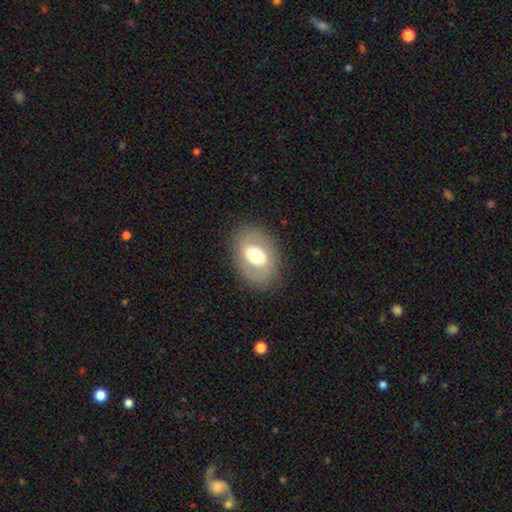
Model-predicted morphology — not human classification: smooth 52%, featured or disk 40%, star or artifact 8%. Down the decision tree: how rounded — in between (75%); merging — none (82%).